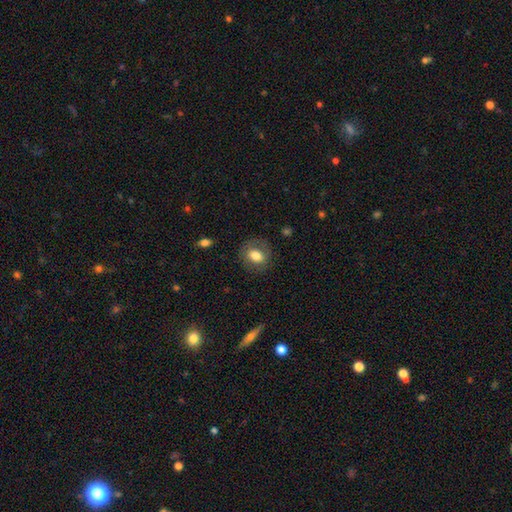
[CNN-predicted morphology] smooth_or_featured: smooth (p=0.72) [alt: featured or disk p=0.20]
how_rounded: round (p=0.53) [alt: in between p=0.46]
merging: none (p=0.78) [alt: minor disturbance p=0.14]